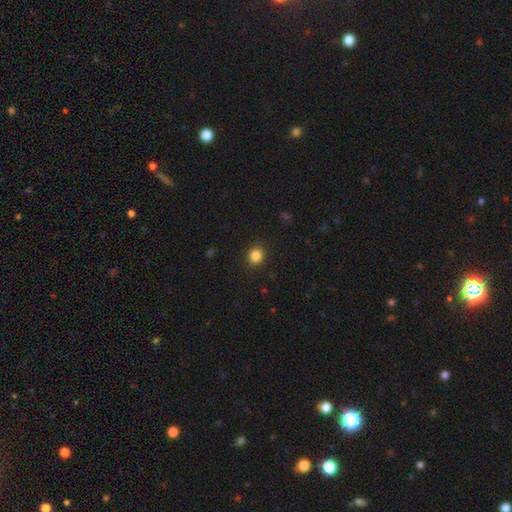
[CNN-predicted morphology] The model was most divided on "how rounded": round: 84%, in between: 15%, cigar-shaped: 1%. More confident: merging — none (91%); smooth or featured — smooth (85%).